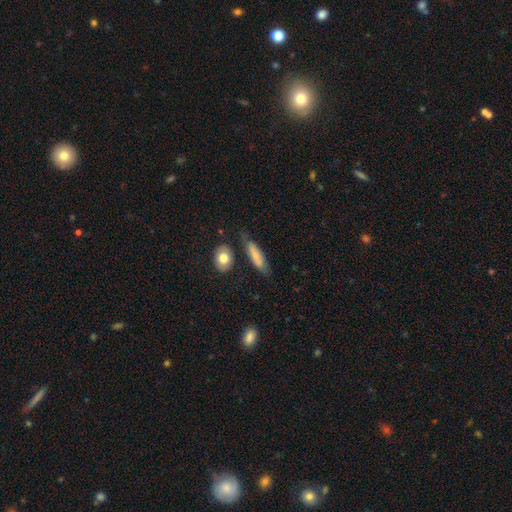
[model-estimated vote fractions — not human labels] smooth_or_featured: smooth (p=0.73) [alt: featured or disk p=0.20]
how_rounded: cigar-shaped (p=0.60) [alt: in between p=0.37]
merging: none (p=0.69) [alt: minor disturbance p=0.20]